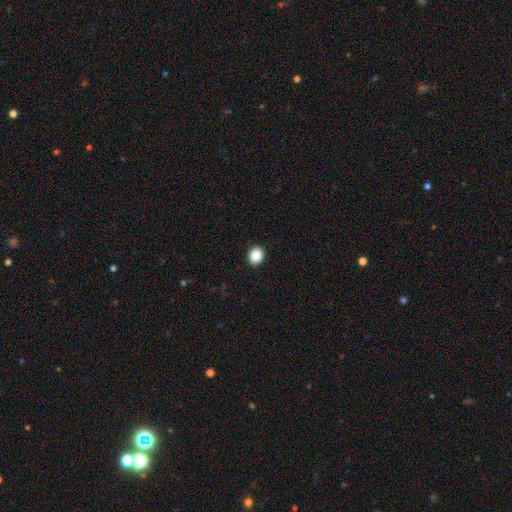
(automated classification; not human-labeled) Smooth or featured?
  - smooth: 87% *
  - star or artifact: 9%
  - featured or disk: 4%
How rounded?
  - round: 64% *
  - in between: 35%
  - cigar-shaped: 1%
Merging?
  - none: 93% *
  - minor disturbance: 5%
  - major disturbance: 2%
  - merger: 1%